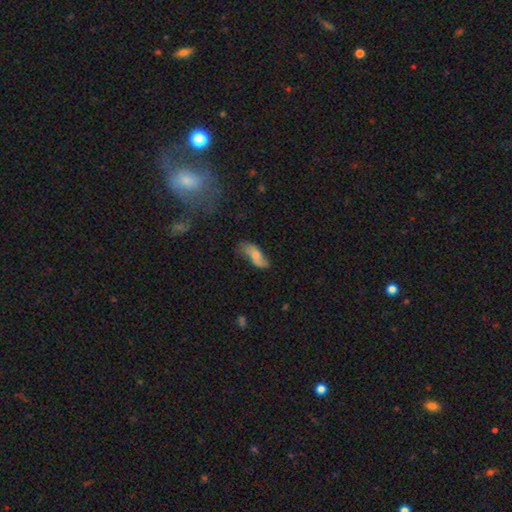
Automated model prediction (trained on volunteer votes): This appears to be a smooth galaxy with no disk features (58%) that is in between round and cigar-shaped (76%). Merging: none (51%).